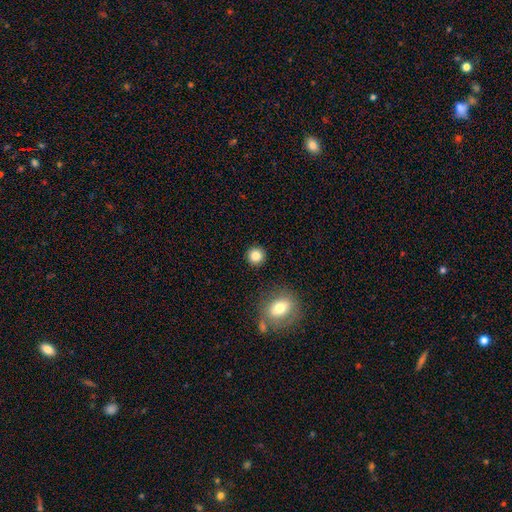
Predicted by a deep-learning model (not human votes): This is clearly a smooth galaxy (84%). How rounded: clearly round (93%). Merging: clearly none (90%).